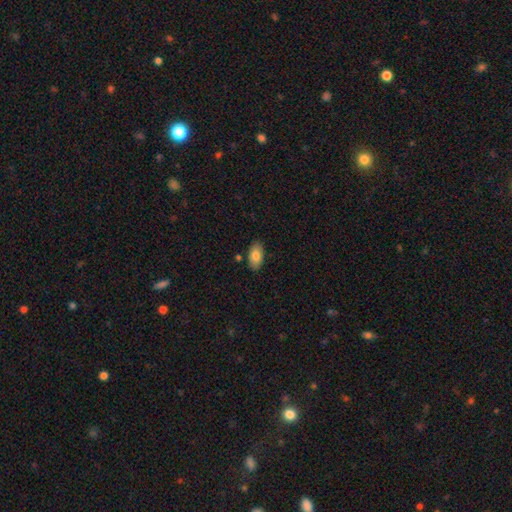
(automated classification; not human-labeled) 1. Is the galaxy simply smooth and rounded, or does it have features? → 81% smooth, 12% featured or disk, 6% star or artifact.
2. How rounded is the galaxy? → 94% in between, 3% round, 3% cigar-shaped.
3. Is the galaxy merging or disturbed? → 85% none, 10% minor disturbance, 2% merger, 2% major disturbance.